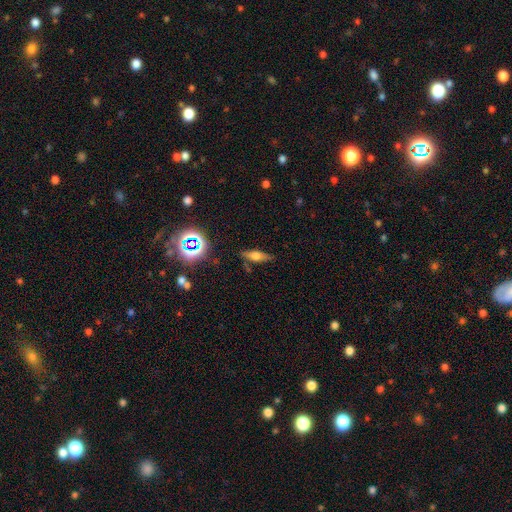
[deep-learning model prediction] Smooth or featured? Predicted: smooth (p=0.43, tied with featured or disk). Merging? Predicted: none (p=0.81).